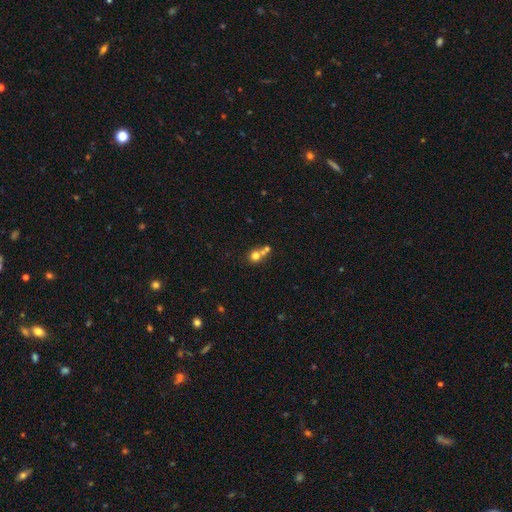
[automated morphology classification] Overall: smooth (70%). How rounded: round (84%). Merging: merger (51%; none 38%).